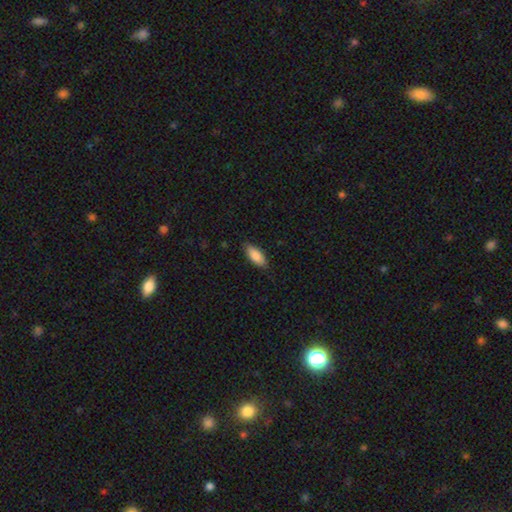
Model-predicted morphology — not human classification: Q: Smooth or featured?
A: smooth (88%); runner-up: featured or disk (6%)
Q: How rounded?
A: in between (82%); runner-up: cigar-shaped (16%)
Q: Merging?
A: none (84%); runner-up: minor disturbance (13%)